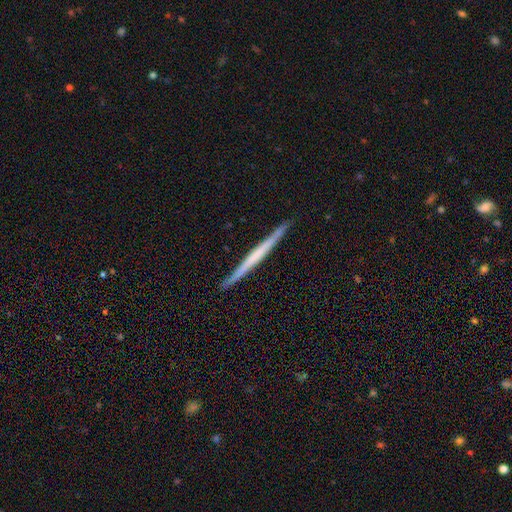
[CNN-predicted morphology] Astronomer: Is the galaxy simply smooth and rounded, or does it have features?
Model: featured or disk — 59% (runner-up: smooth, 35%).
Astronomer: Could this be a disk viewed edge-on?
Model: yes — 98%.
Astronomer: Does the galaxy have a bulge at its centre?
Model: none — 80%.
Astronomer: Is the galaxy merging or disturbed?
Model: none — 91%.